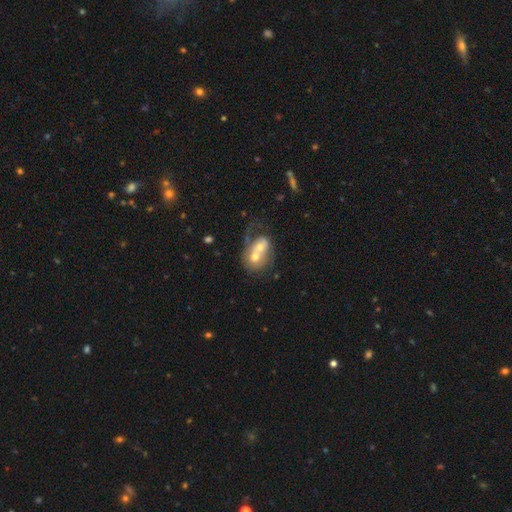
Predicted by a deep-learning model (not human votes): The model was most divided on "smooth or featured" (2-way tie): featured or disk: 46%, smooth: 46%, star or artifact: 8%. More confident: merging — merger (74%).